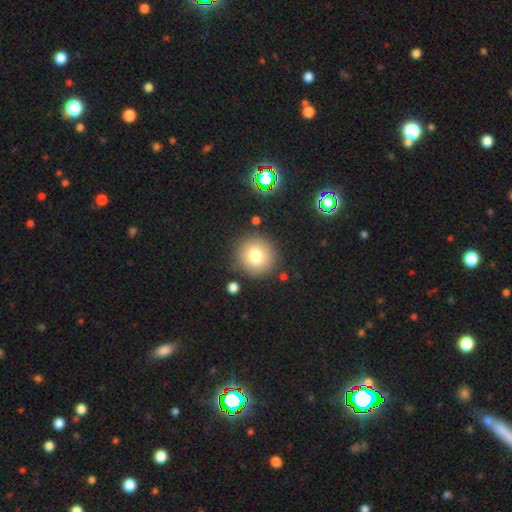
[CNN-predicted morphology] This is likely a smooth galaxy (76%). How rounded: clearly round (93%). Merging: clearly none (86%).